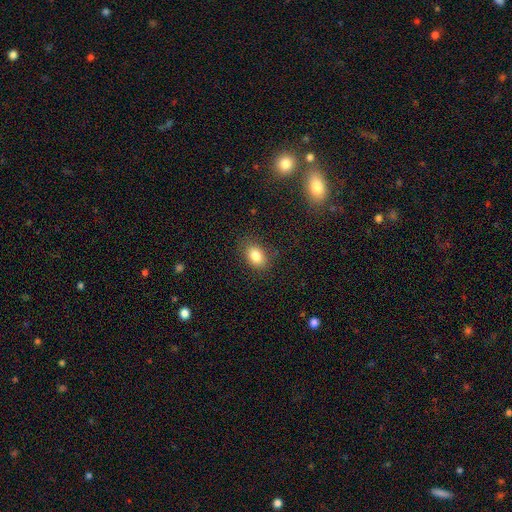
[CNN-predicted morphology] type=smooth (84%); roundness=in between (82%); merging=none (83%).